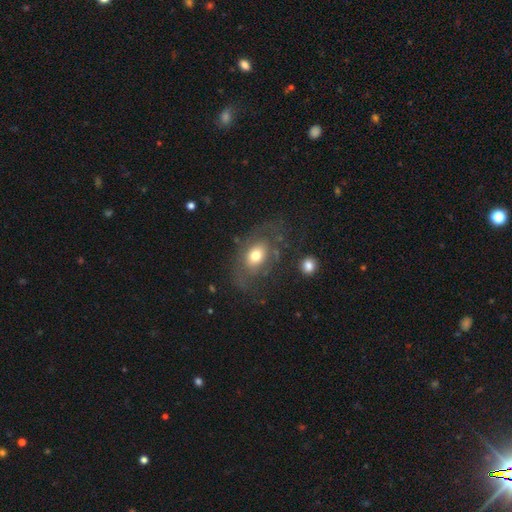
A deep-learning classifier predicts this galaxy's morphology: smooth-or-featured: smooth: 49% | featured or disk: 42% | star or artifact: 8%
  merging: none: 56% | major disturbance: 21% | minor disturbance: 20% | merger: 3%